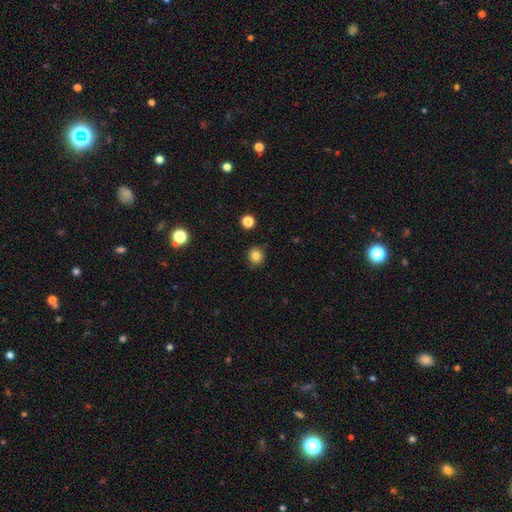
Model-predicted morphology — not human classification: A smooth galaxy with no disk features (83%) that is round (91%). Merging: none (88%).